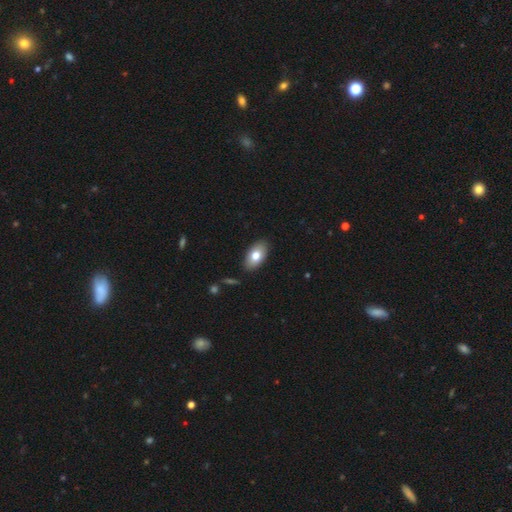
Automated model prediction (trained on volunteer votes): smooth_or_featured: smooth (p=0.76) [alt: featured or disk p=0.18]
how_rounded: in between (p=0.93) [alt: round p=0.05]
merging: none (p=0.88) [alt: minor disturbance p=0.09]